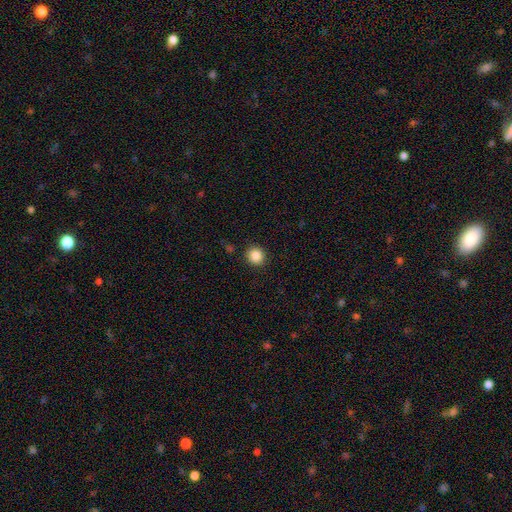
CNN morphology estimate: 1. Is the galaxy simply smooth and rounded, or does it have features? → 87% smooth, 10% star or artifact, 4% featured or disk.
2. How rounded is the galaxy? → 88% round, 11% in between, 1% cigar-shaped.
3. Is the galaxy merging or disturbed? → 91% none, 6% minor disturbance, 2% major disturbance, 1% merger.